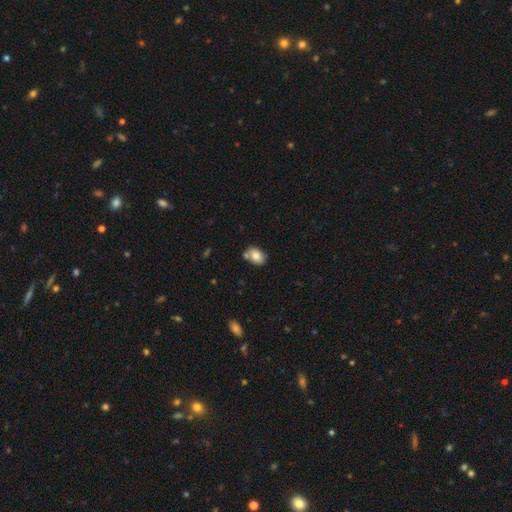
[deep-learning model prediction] smooth-or-featured: smooth: 81% | featured or disk: 11% | star or artifact: 8%
  how-rounded: in between: 76% | round: 23% | cigar-shaped: 1%
  merging: none: 63% | merger: 17% | minor disturbance: 16% | major disturbance: 4%